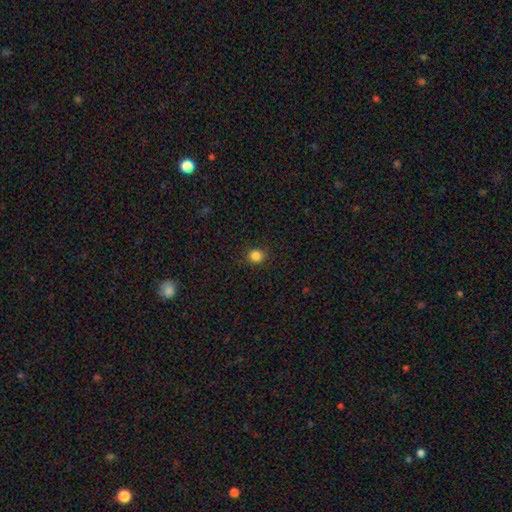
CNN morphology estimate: Overall: smooth (84%). How rounded: round (88%). Merging: none (91%).